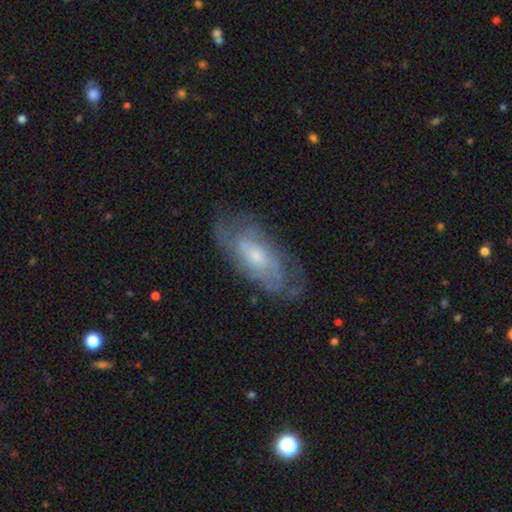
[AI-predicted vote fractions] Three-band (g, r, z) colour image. It shows a featured or disk galaxy (71%) with no bar (67%), tight (51%) spiral arms (83%) and a small central bulge (56%). Merging: none (69%).